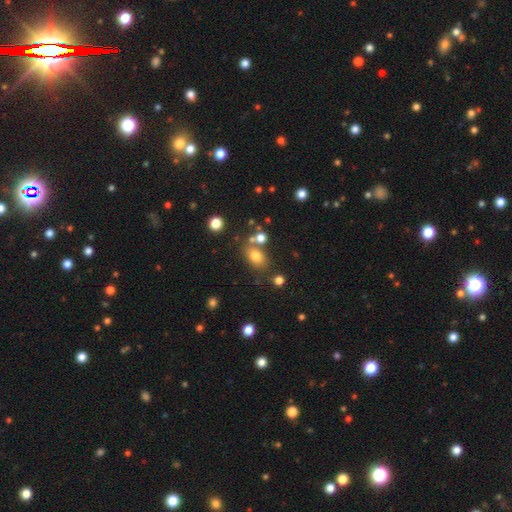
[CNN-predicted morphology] This appears to be a smooth galaxy with no disk features (76%) that is in between round and cigar-shaped (73%). Merging: none (66%).